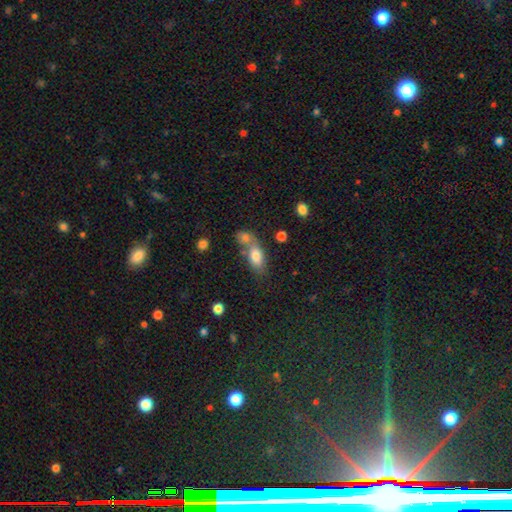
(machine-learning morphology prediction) Q: Smooth or featured?
A: smooth (79%); runner-up: featured or disk (12%)
Q: How rounded?
A: in between (85%); runner-up: round (8%)
Q: Merging?
A: merger (46%); runner-up: none (35%)